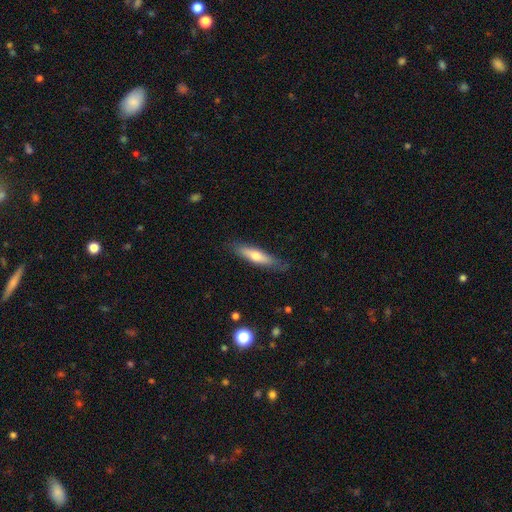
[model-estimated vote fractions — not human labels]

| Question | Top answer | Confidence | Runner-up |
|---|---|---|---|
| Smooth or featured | smooth | 59% | featured or disk (35%) |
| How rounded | cigar-shaped | 78% | in between (20%) |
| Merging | none | 80% | minor disturbance (16%) |